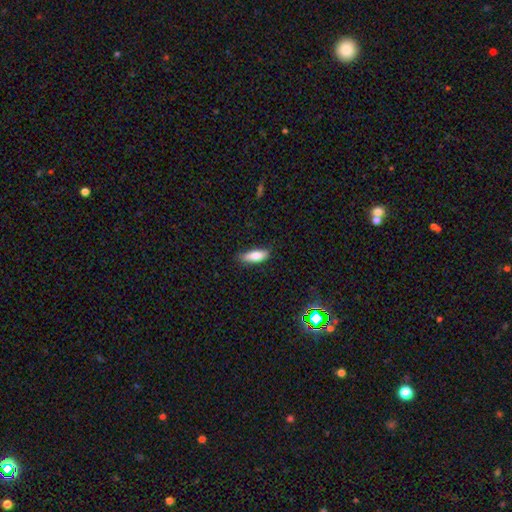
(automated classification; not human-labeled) Smooth or featured? Predicted: smooth (p=0.83). How rounded? Predicted: in between (p=0.68). Merging? Predicted: none (p=0.76).